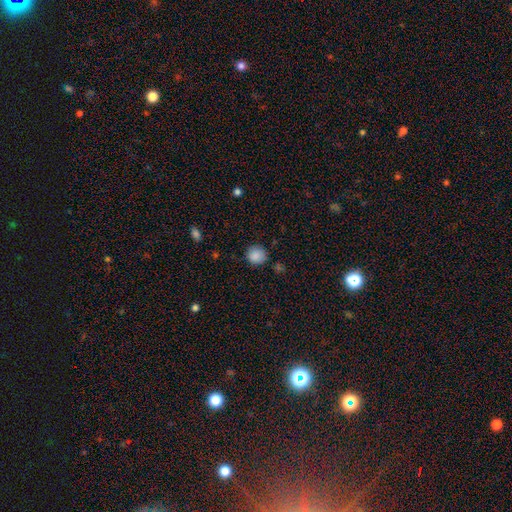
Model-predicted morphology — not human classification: Q: Smooth or featured?
A: smooth (87%); runner-up: star or artifact (9%)
Q: How rounded?
A: round (89%); runner-up: in between (11%)
Q: Merging?
A: none (81%); runner-up: minor disturbance (13%)